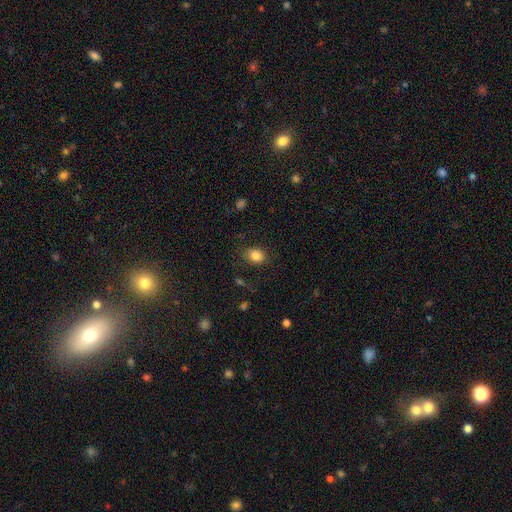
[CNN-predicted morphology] smooth_or_featured: smooth (p=0.84) [alt: star or artifact p=0.10]
how_rounded: in between (p=0.61) [alt: round p=0.38]
merging: none (p=0.82) [alt: minor disturbance p=0.13]